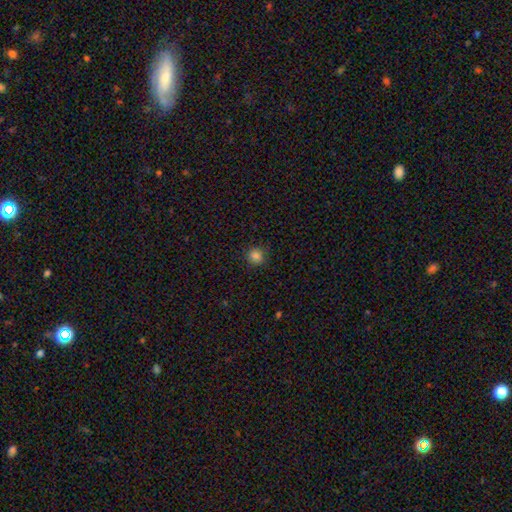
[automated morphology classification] Overall: smooth (84%). How rounded: round (89%). Merging: none (86%).